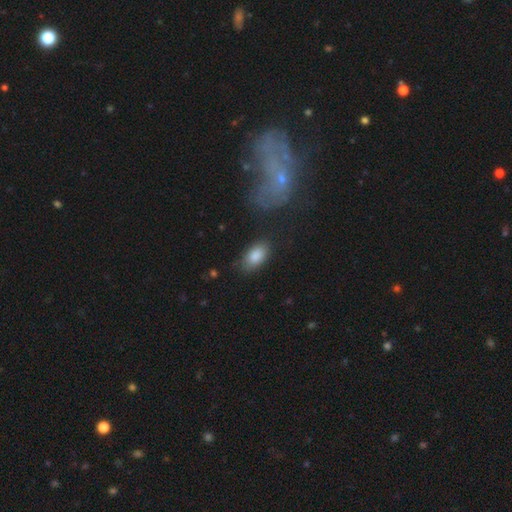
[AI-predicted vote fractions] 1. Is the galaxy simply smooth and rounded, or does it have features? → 87% smooth, 7% featured or disk, 7% star or artifact.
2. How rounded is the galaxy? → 93% in between, 4% round, 3% cigar-shaped.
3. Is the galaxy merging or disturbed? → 78% none, 16% minor disturbance, 4% major disturbance, 3% merger.